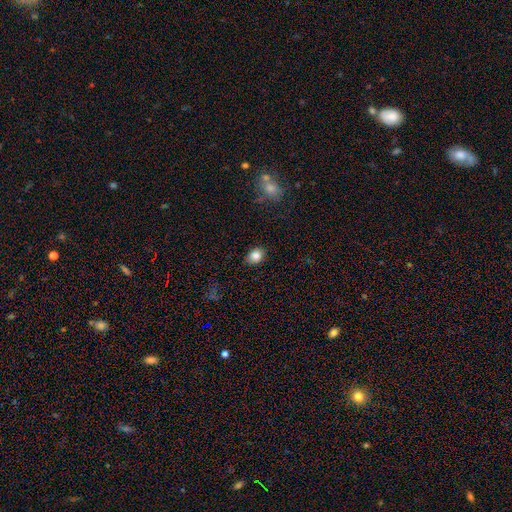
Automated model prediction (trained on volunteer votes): Q: Smooth or featured?
A: smooth (84%); runner-up: star or artifact (10%)
Q: How rounded?
A: in between (61%); runner-up: round (38%)
Q: Merging?
A: none (86%); runner-up: minor disturbance (11%)